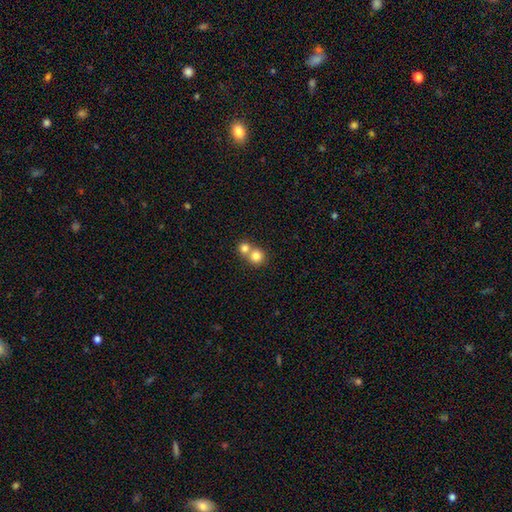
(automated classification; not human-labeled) A smooth galaxy with no disk features (81%) that is round (89%).

Vote fractions:
- Smooth or featured? smooth: 81% / star or artifact: 10% / featured or disk: 9%
- How rounded? round: 89% / in between: 10% / cigar-shaped: 1%
- Merging? merger: 54% / none: 40% / minor disturbance: 4% / major disturbance: 2%